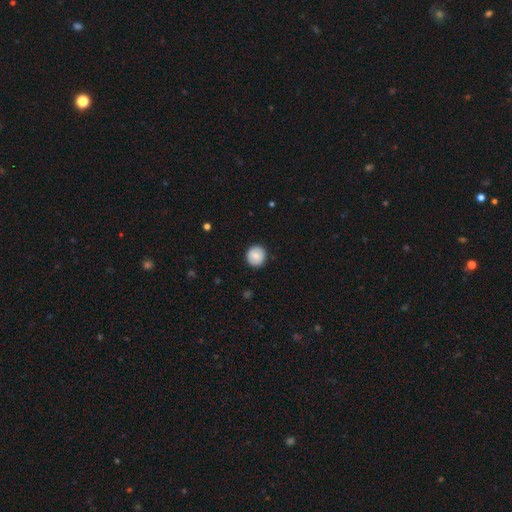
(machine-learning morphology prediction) Q: Smooth or featured?
A: smooth (72%); runner-up: featured or disk (21%)
Q: How rounded?
A: round (92%); runner-up: in between (7%)
Q: Merging?
A: none (88%); runner-up: minor disturbance (9%)